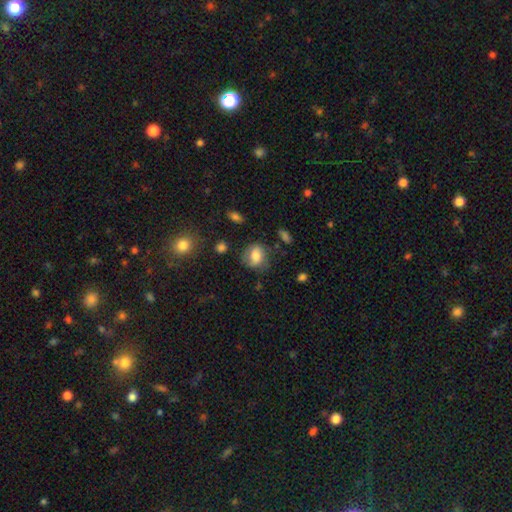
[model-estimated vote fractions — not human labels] Overall: smooth (74%). How rounded: round (52%; in between 47%). Merging: none (67%).